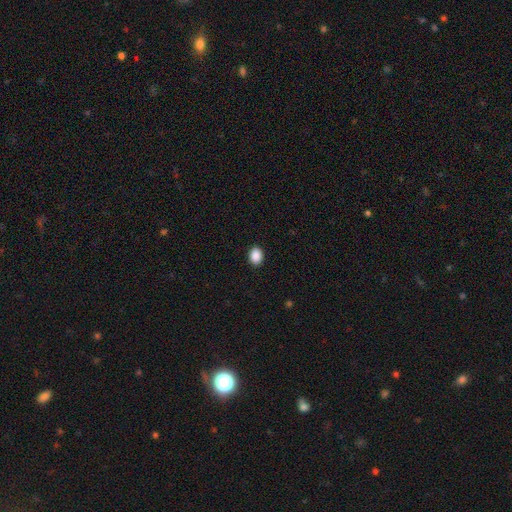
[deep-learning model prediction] smooth 90%, star or artifact 8%, featured or disk 2%. Down the decision tree: how rounded — in between (65%); merging — none (91%).